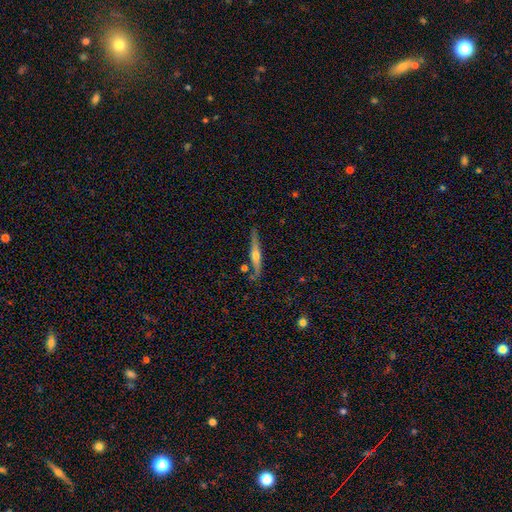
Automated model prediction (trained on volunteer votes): This appears to be a featured or disk galaxy (61%) viewed edge-on (95%) with a rounded central bulge (85%). Merging: none (78%).